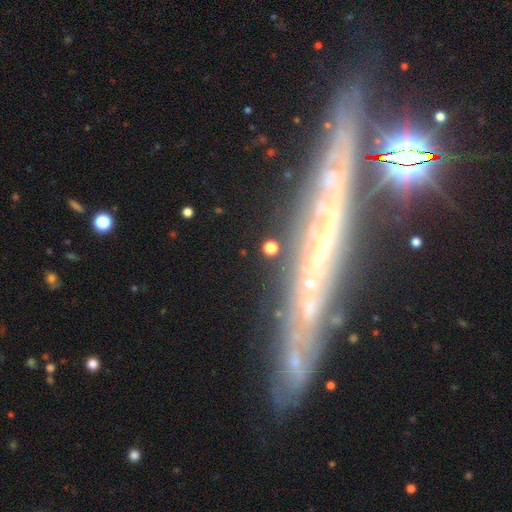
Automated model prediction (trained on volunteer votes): smooth-or-featured: featured or disk: 69% | smooth: 16% | star or artifact: 14%
  disk-edge-on: yes: 82% | no: 18%
    edge-on-bulge: none: 85% | rounded: 9% | boxy: 6%
  merging: none: 79% | minor disturbance: 14% | major disturbance: 4% | merger: 3%